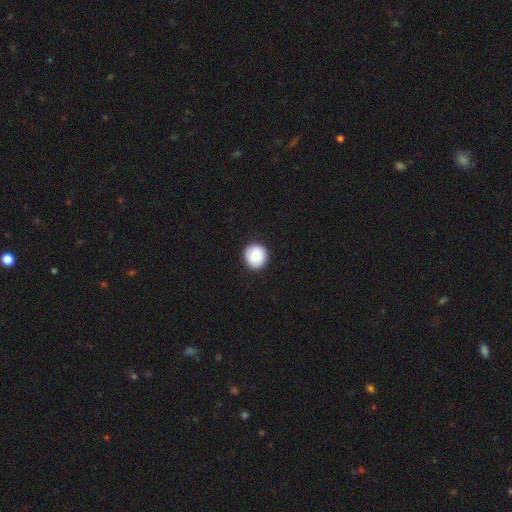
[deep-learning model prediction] Smooth or featured? smooth (87%)
How rounded? round (93%)
Merging? none (91%)